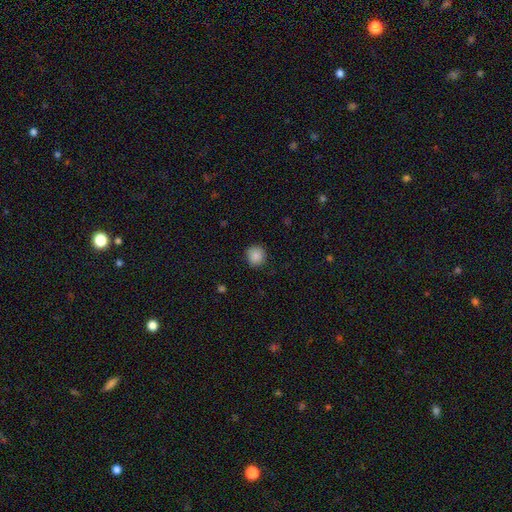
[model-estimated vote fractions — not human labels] Smooth or featured?
  - smooth: 87% *
  - star or artifact: 9%
  - featured or disk: 4%
How rounded?
  - round: 90% *
  - in between: 9%
  - cigar-shaped: 1%
Merging?
  - none: 87% *
  - minor disturbance: 9%
  - major disturbance: 2%
  - merger: 1%